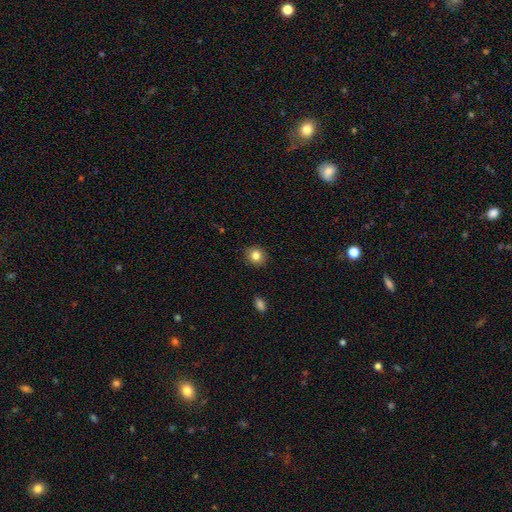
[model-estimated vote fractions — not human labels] Q: Smooth or featured?
A: smooth (83%); runner-up: star or artifact (10%)
Q: How rounded?
A: round (81%); runner-up: in between (18%)
Q: Merging?
A: none (90%); runner-up: minor disturbance (7%)